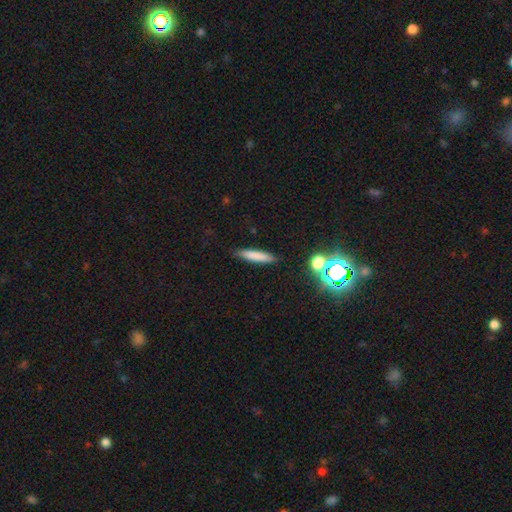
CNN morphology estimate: A smooth galaxy with no disk features (77%) that is cigar-shaped (87%). Merging: none (85%).